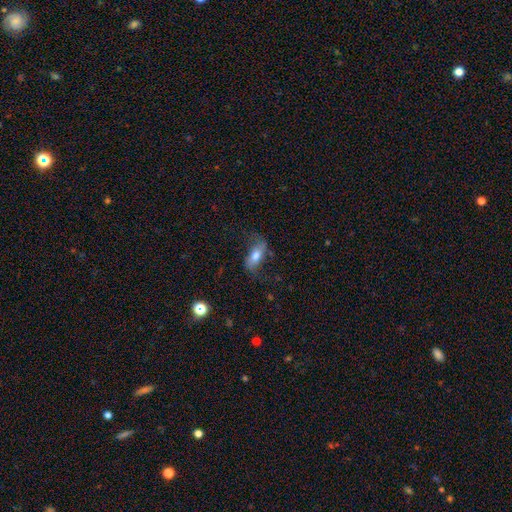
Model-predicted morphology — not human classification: Smooth or featured?
  - smooth: 55% *
  - featured or disk: 37%
  - star or artifact: 8%
How rounded?
  - in between: 80% *
  - cigar-shaped: 14%
  - round: 5%
Merging?
  - none: 61% *
  - minor disturbance: 23%
  - major disturbance: 14%
  - merger: 2%